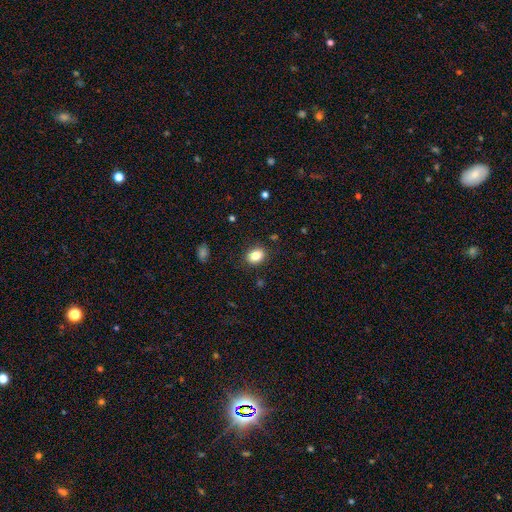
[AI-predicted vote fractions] A smooth galaxy with no disk features (84%) that is in between round and cigar-shaped (66%). Merging: none (87%).